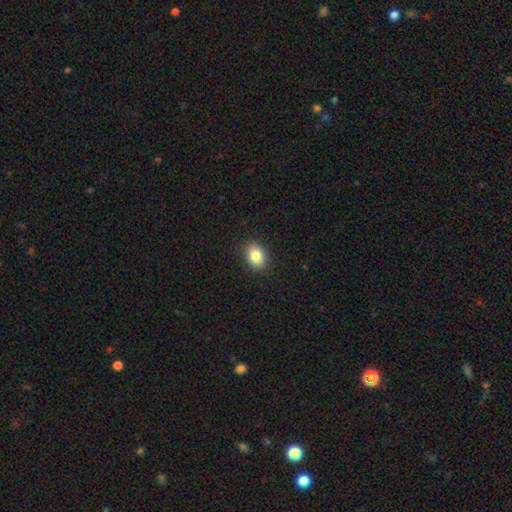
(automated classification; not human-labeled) Morphology: type=smooth (84%); roundness=in between (66%); merging=none (89%).